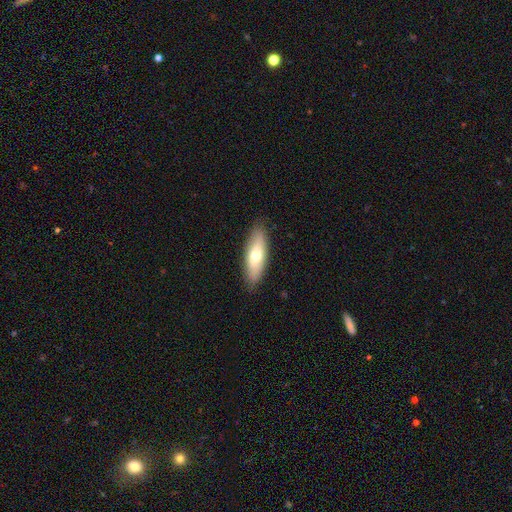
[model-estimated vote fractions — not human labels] The model was most divided on "how rounded": in between: 56%, cigar-shaped: 42%, round: 2%. More confident: merging — none (87%); smooth or featured — smooth (65%).